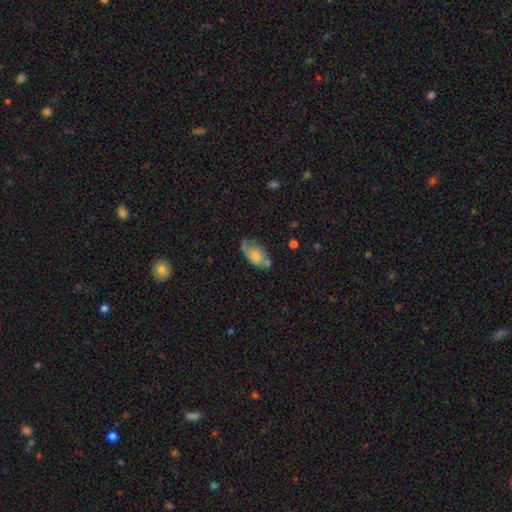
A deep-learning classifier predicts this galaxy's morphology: Smooth or featured: smooth — 58% (featured or disk — 35%)
How rounded: in between — 91% (round — 6%)
Merging: none — 44% (minor disturbance — 32%)